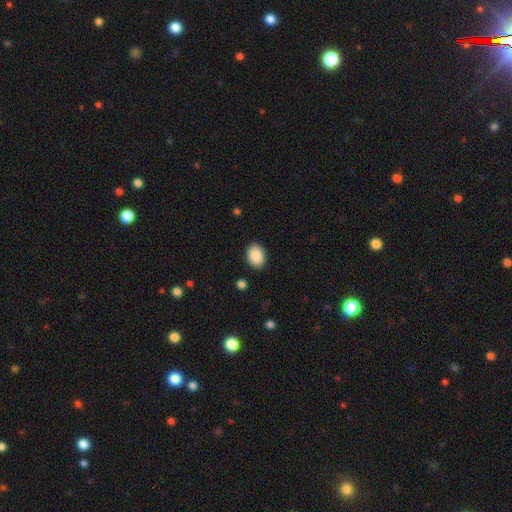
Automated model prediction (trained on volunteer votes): A smooth galaxy with no disk features (90%) that is in between round and cigar-shaped (75%). Merging: none (89%).